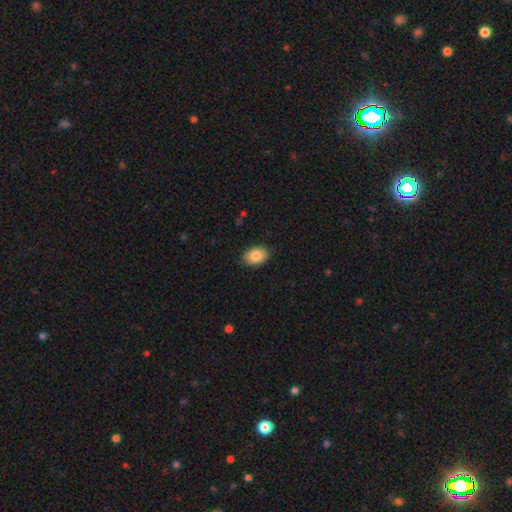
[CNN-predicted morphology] Overall: smooth (86%). How rounded: in between (80%). Merging: none (88%).